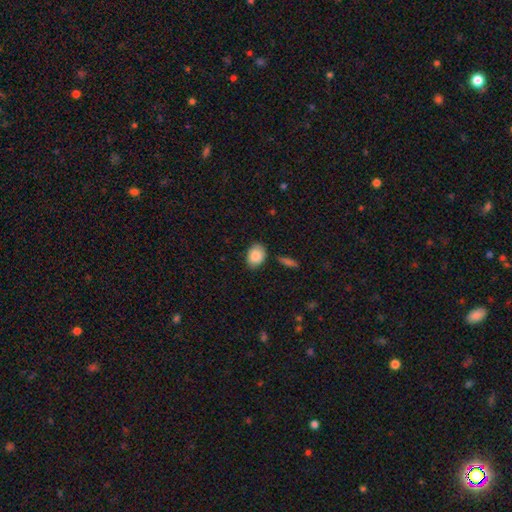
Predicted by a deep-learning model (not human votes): Q: Smooth or featured?
A: smooth (86%); runner-up: featured or disk (7%)
Q: How rounded?
A: in between (67%); runner-up: round (31%)
Q: Merging?
A: none (76%); runner-up: minor disturbance (18%)